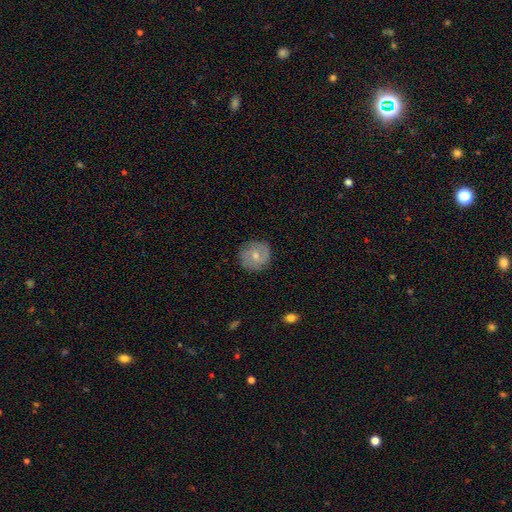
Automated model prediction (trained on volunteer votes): This appears to be a featured or disk galaxy (50%). Merging: none (84%).